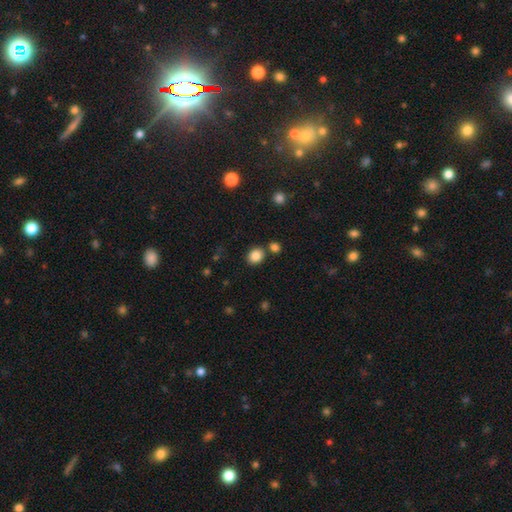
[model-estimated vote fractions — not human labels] Q: Smooth or featured?
A: smooth (85%); runner-up: star or artifact (10%)
Q: How rounded?
A: round (65%); runner-up: in between (35%)
Q: Merging?
A: none (78%); runner-up: merger (11%)